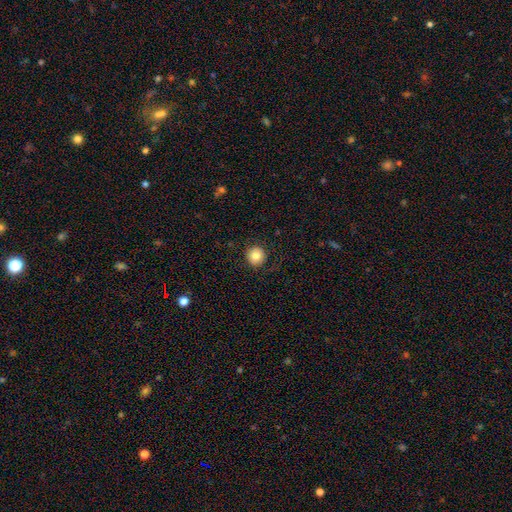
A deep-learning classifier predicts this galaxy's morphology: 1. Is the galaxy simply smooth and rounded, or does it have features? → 82% smooth, 10% star or artifact, 9% featured or disk.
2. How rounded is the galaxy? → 94% round, 5% in between, 1% cigar-shaped.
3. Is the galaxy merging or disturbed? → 88% none, 8% minor disturbance, 3% major disturbance, 1% merger.